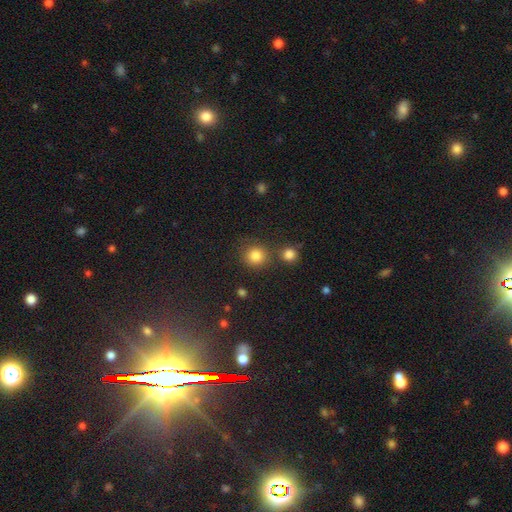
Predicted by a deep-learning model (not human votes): The model was most divided on "merging": none: 74%, merger: 13%, minor disturbance: 9%, major disturbance: 4%. More confident: how rounded — round (90%); smooth or featured — smooth (82%).